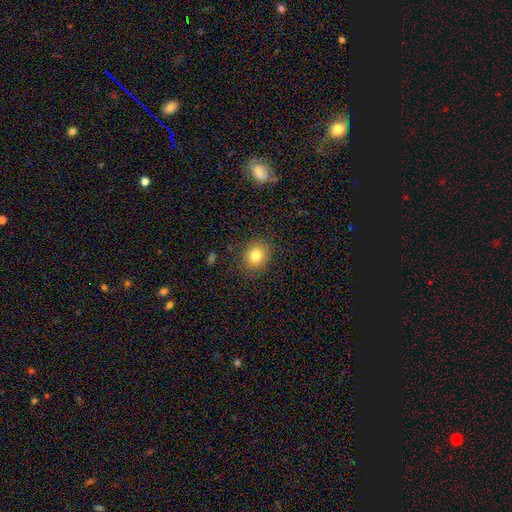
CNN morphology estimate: smooth_or_featured: smooth (p=0.81) [alt: star or artifact p=0.11]
how_rounded: round (p=0.71) [alt: in between p=0.28]
merging: none (p=0.86) [alt: minor disturbance p=0.10]